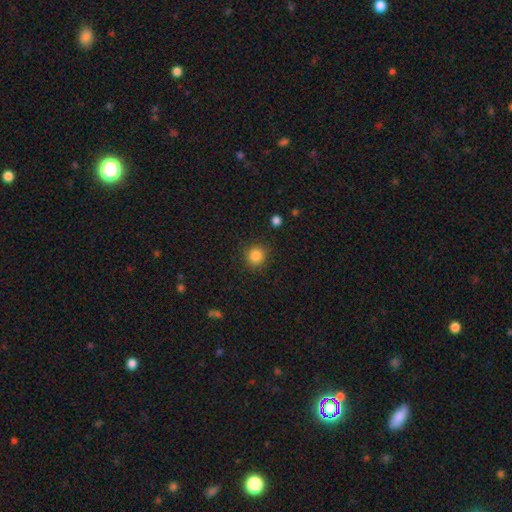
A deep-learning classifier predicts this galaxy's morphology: Smooth or featured: smooth — 85% (star or artifact — 11%)
How rounded: round — 90% (in between — 9%)
Merging: none — 89% (minor disturbance — 7%)